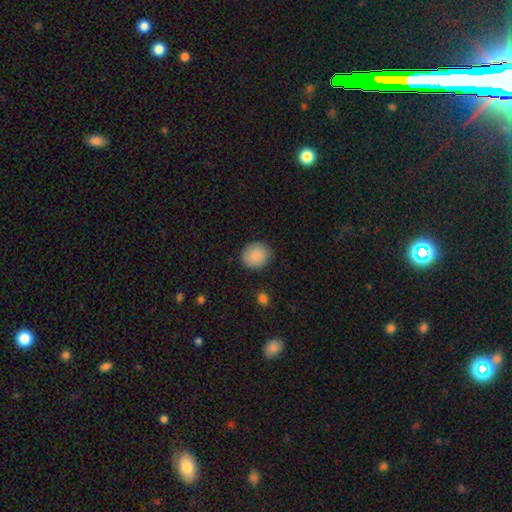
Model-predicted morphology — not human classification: A smooth galaxy with no disk features (88%) that is round (81%). Merging: none (86%).